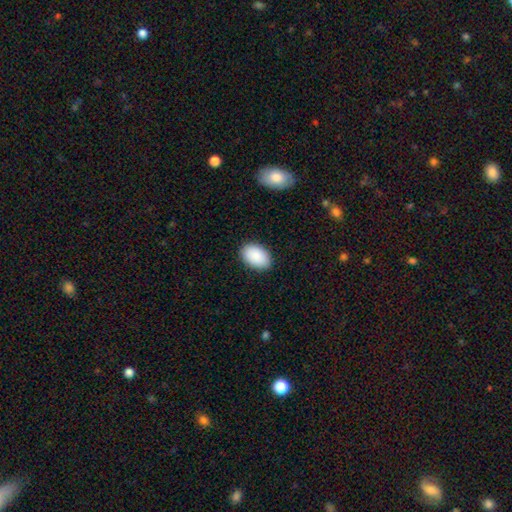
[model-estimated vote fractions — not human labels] The model was most divided on "merging": none: 89%, minor disturbance: 8%, major disturbance: 2%, merger: 1%. More confident: smooth or featured — smooth (91%); how rounded — in between (90%).